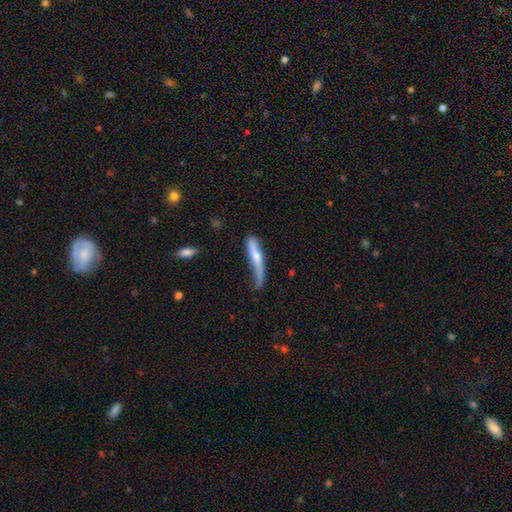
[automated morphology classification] This appears to be a smooth galaxy with no disk features (49%). Merging: minor disturbance (37%, tied with none).